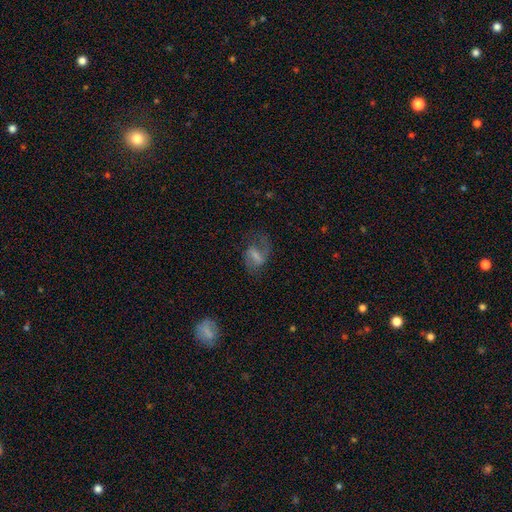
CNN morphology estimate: A featured or disk galaxy (67%) with a weak bar (48%), 2 (82%) medium (48%) spiral arms (88%) and a small central bulge (36%).

Vote fractions:
- Smooth or featured? featured or disk: 67% / smooth: 22% / star or artifact: 11%
- Edge-on disk? no: 96% / yes: 4%
- Bar? weak: 48% / strong: 35% / no: 17%
- Spiral arms? yes: 88% / no: 12%
- Spiral winding? medium: 48% / loose: 37% / tight: 15%
- Spiral arm count? 2: 82% / can't tell: 7% / 1: 7% / 3: 1% / 4: 1% / more than 4: 1%
- Bulge size? small: 36% / moderate: 28% / none: 27% / large: 7% / dominant: 2%
- Merging? none: 66% / minor disturbance: 17% / major disturbance: 14% / merger: 2%